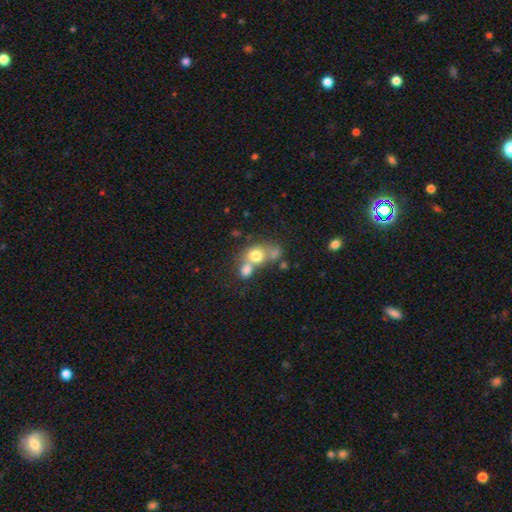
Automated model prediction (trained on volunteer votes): Q: Smooth or featured?
A: smooth (70%); runner-up: featured or disk (19%)
Q: How rounded?
A: round (59%); runner-up: in between (39%)
Q: Merging?
A: merger (58%); runner-up: none (27%)